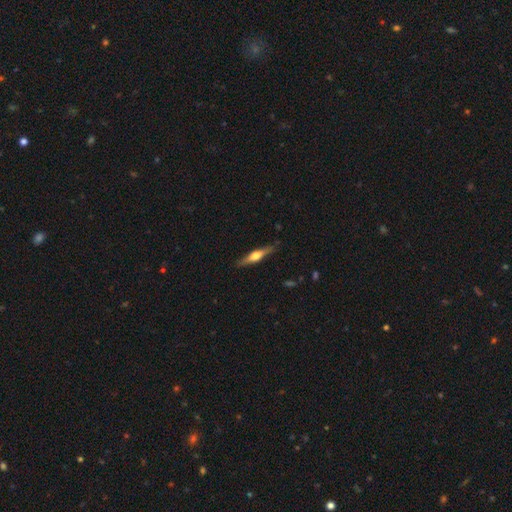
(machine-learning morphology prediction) Smooth or featured?
  - featured or disk: 62% *
  - smooth: 33%
  - star or artifact: 5%
Edge-on disk?
  - yes: 96% *
  - no: 4%
Edge-on bulge?
  - rounded: 91% *
  - boxy: 6%
  - none: 3%
Merging?
  - none: 86% *
  - minor disturbance: 10%
  - major disturbance: 2%
  - merger: 1%